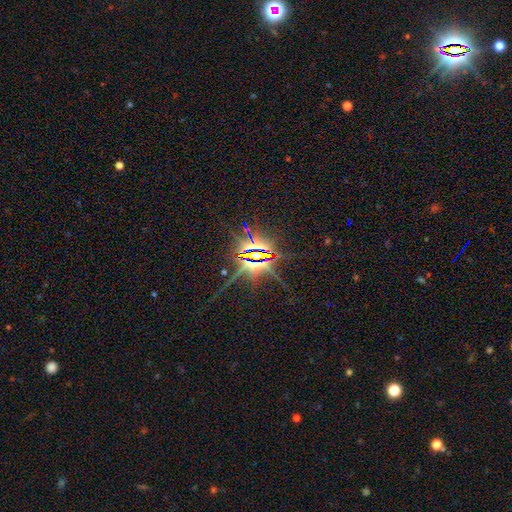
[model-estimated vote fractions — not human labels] Smooth or featured? Predicted: star or artifact (p=0.82).